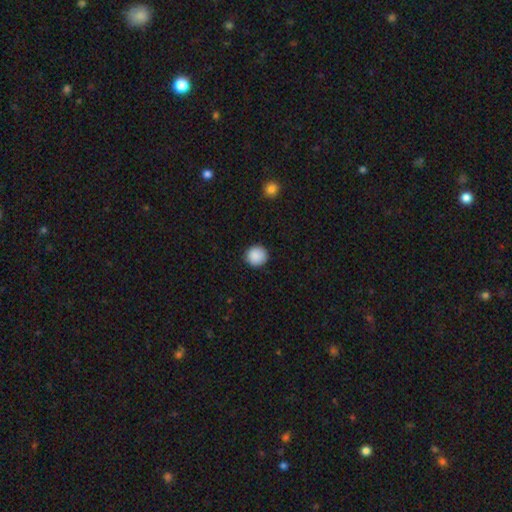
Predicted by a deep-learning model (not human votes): smooth-or-featured: smooth: 89% | star or artifact: 8% | featured or disk: 3%
  how-rounded: round: 93% | in between: 6% | cigar-shaped: 1%
  merging: none: 91% | minor disturbance: 6% | major disturbance: 2% | merger: 1%